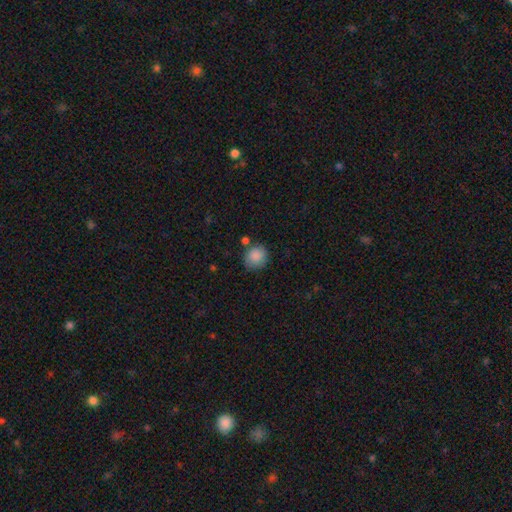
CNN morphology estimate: This is clearly a smooth galaxy (88%). How rounded: clearly round (81%). Merging: likely none (75%).